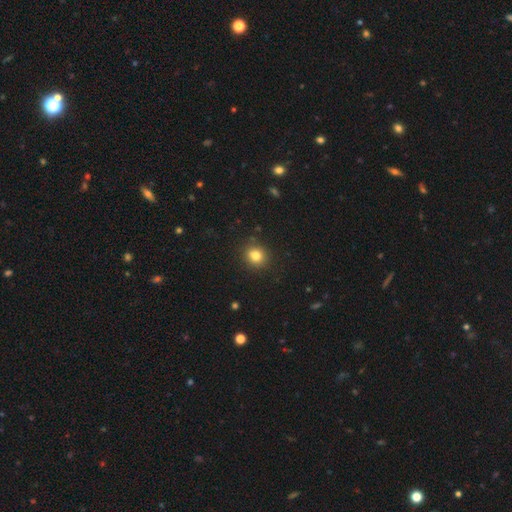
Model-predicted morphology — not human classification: Smooth or featured?
  - smooth: 81% *
  - star or artifact: 12%
  - featured or disk: 7%
How rounded?
  - round: 81% *
  - in between: 18%
  - cigar-shaped: 1%
Merging?
  - none: 89% *
  - minor disturbance: 8%
  - major disturbance: 2%
  - merger: 1%